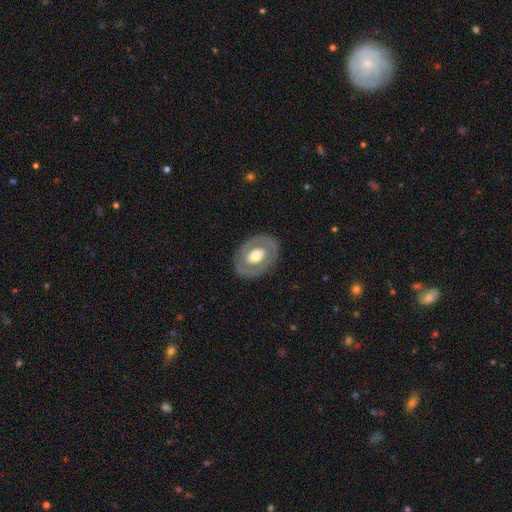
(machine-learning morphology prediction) Smooth or featured: featured or disk — 58% (smooth — 37%)
Edge-on disk: no — 93% (yes — 7%)
Bar: no — 66% (weak — 23%)
Spiral arms: no — 78% (yes — 22%)
Bulge size: moderate — 58% (large — 33%)
Merging: none — 83% (minor disturbance — 11%)